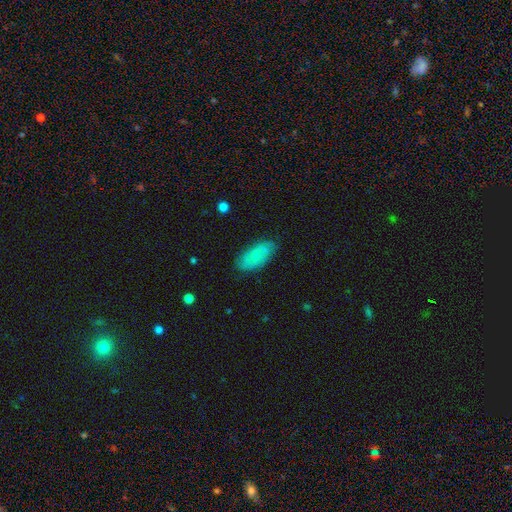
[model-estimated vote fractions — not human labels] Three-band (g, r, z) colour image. It shows a smooth galaxy with no disk features (54%) that is in between round and cigar-shaped (91%). Merging: none (79%).